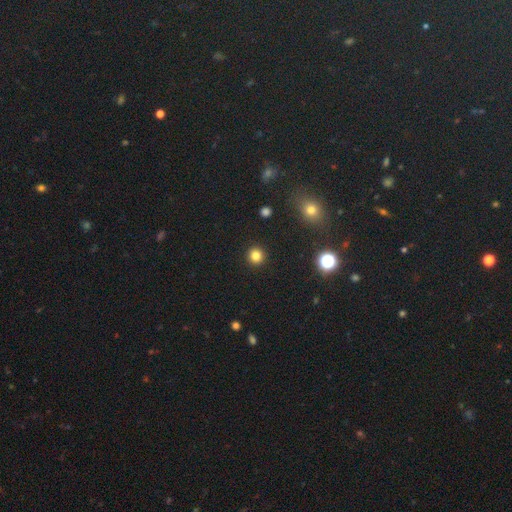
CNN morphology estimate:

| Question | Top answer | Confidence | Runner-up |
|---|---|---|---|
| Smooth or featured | smooth | 81% | star or artifact (14%) |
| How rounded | round | 93% | in between (6%) |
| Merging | none | 92% | minor disturbance (4%) |